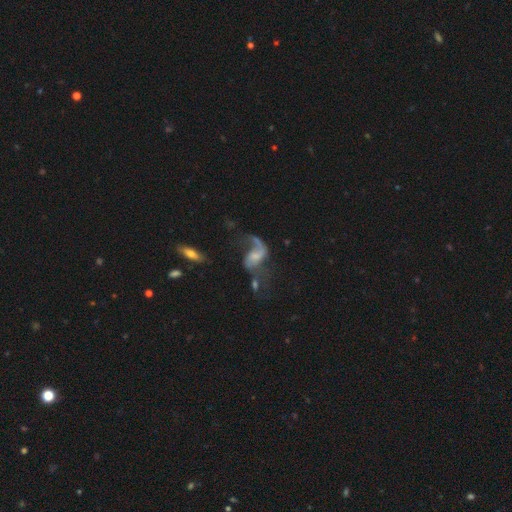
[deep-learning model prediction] Smooth or featured: featured or disk — 76% (smooth — 16%)
Edge-on disk: no — 96% (yes — 4%)
Bar: no — 47% (weak — 39%)
Spiral arms: yes — 88% (no — 12%)
Spiral winding: loose — 79% (medium — 17%)
Spiral arm count: 2 — 55% (1 — 39%)
Bulge size: small — 38% (none — 33%)
Merging: major disturbance — 38% (none — 32%)